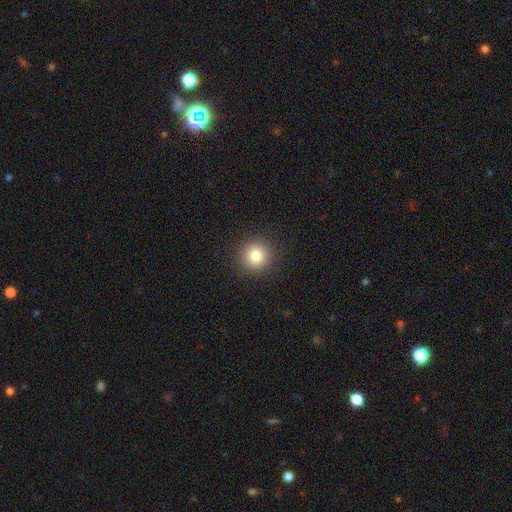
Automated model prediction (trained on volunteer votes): Q: Smooth or featured?
A: smooth (82%); runner-up: star or artifact (11%)
Q: How rounded?
A: round (93%); runner-up: in between (6%)
Q: Merging?
A: none (91%); runner-up: minor disturbance (6%)